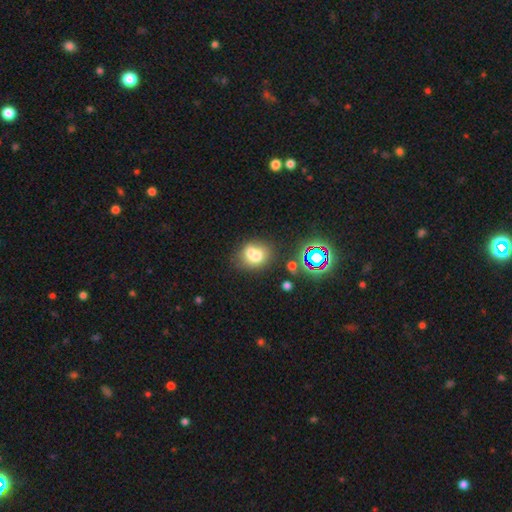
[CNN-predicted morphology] smooth-or-featured: smooth: 66% | featured or disk: 18% | star or artifact: 16%
  how-rounded: round: 59% | in between: 40% | cigar-shaped: 1%
  merging: merger: 39% (tied) | none: 39% (tied) | minor disturbance: 15% | major disturbance: 7%